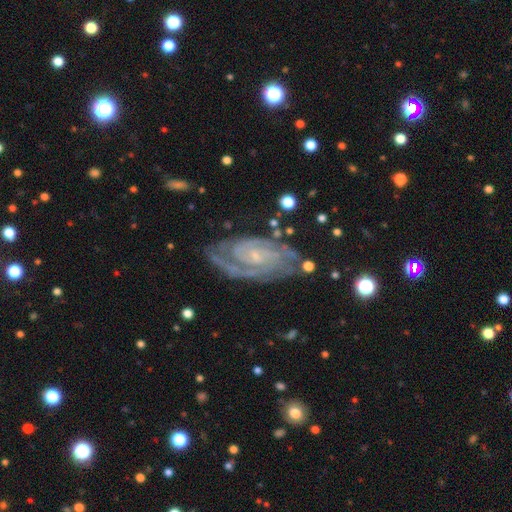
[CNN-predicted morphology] smooth_or_featured: featured or disk (p=0.90) [alt: smooth p=0.05]
disk_edge_on: no (p=0.96) [alt: yes p=0.04]
bar: no (p=0.56) [alt: weak p=0.34]
has_spiral_arms: yes (p=0.98) [alt: no p=0.02]
spiral_winding: tight (p=0.67) [alt: medium p=0.28]
spiral_arm_count: 2 (p=0.62) [alt: can't tell p=0.14]
bulge_size: small (p=0.73) [alt: moderate p=0.16]
merging: none (p=0.72) [alt: minor disturbance p=0.19]